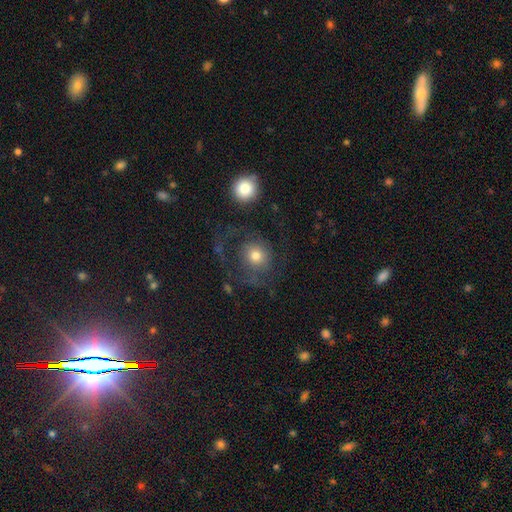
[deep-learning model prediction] smooth 55%, featured or disk 35%, star or artifact 10%. Down the decision tree: how rounded — round (83%); merging — none (48%).